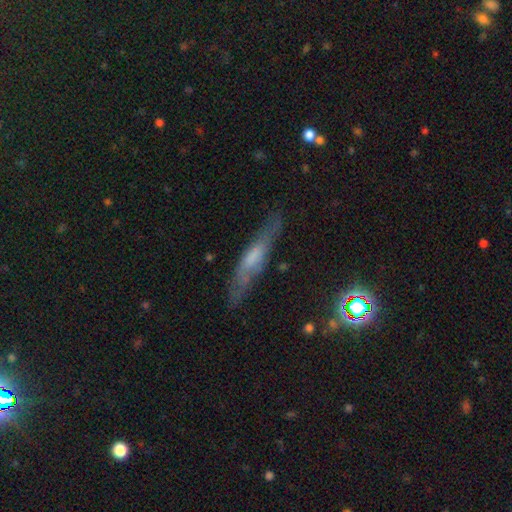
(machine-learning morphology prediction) Smooth or featured? Predicted: featured or disk (p=0.52). Edge-on disk? Predicted: yes (p=0.72). Merging? Predicted: none (p=0.74).